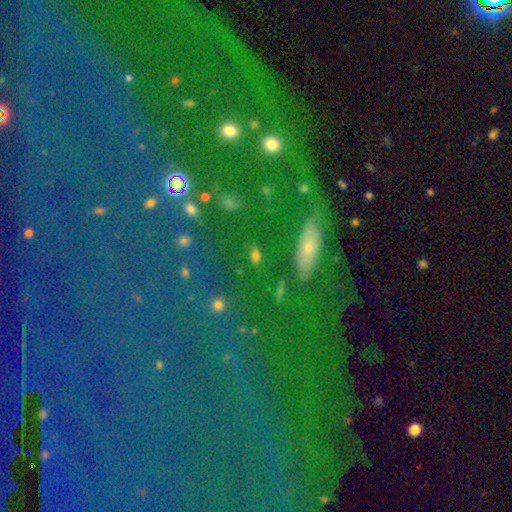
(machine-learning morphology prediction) type=smooth (54%); roundness=in between (47%); merging=none (81%).